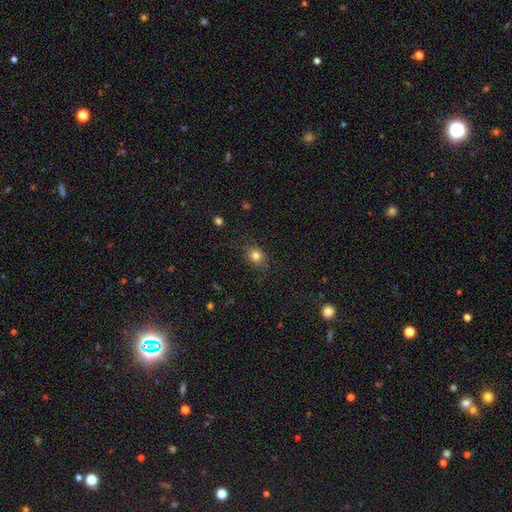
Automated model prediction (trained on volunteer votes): Smooth or featured?
  - smooth: 81% *
  - star or artifact: 12%
  - featured or disk: 8%
How rounded?
  - round: 50% *
  - in between: 49%
  - cigar-shaped: 1%
Merging?
  - none: 83% *
  - minor disturbance: 13%
  - major disturbance: 3%
  - merger: 1%